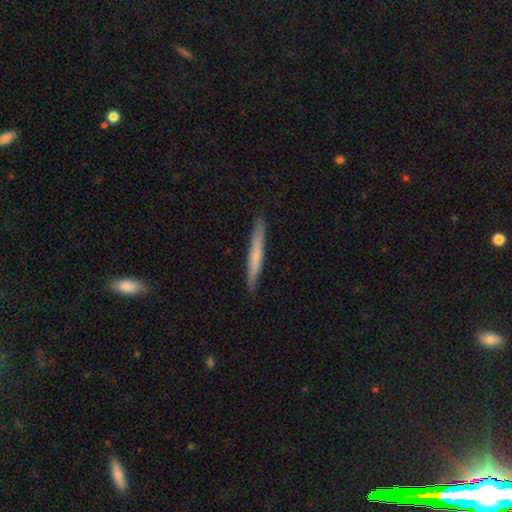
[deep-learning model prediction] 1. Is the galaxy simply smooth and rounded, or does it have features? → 57% smooth, 37% featured or disk, 5% star or artifact.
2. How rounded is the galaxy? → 96% cigar-shaped, 2% in between, 1% round.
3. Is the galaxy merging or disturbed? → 90% none, 7% minor disturbance, 1% major disturbance, 1% merger.